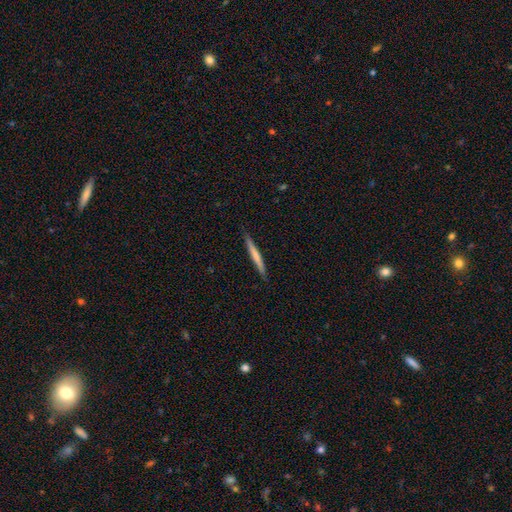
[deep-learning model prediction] Smooth or featured?
  - smooth: 61% *
  - featured or disk: 34%
  - star or artifact: 5%
How rounded?
  - cigar-shaped: 96% *
  - in between: 2%
  - round: 1%
Merging?
  - none: 89% *
  - minor disturbance: 8%
  - major disturbance: 2%
  - merger: 1%